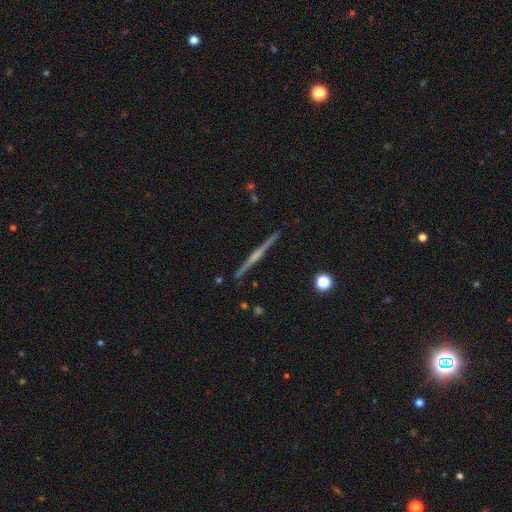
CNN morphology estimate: Smooth or featured: featured or disk — 80% (smooth — 14%)
Edge-on disk: yes — 99% (no — 1%)
Edge-on bulge: rounded — 65% (none — 25%)
Merging: none — 92% (minor disturbance — 5%)